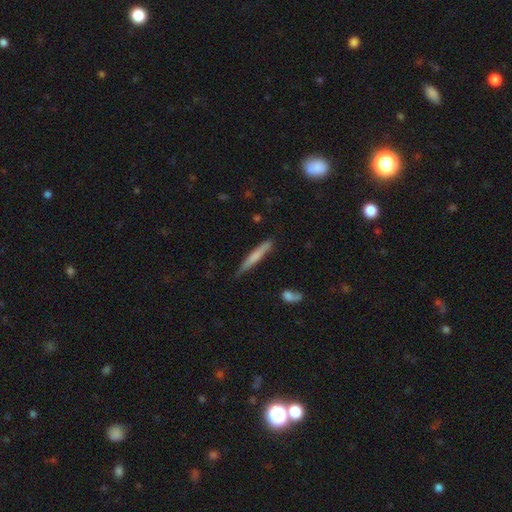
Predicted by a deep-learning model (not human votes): Overall: smooth (62%; featured or disk 32%). How rounded: cigar-shaped (95%). Merging: none (80%).